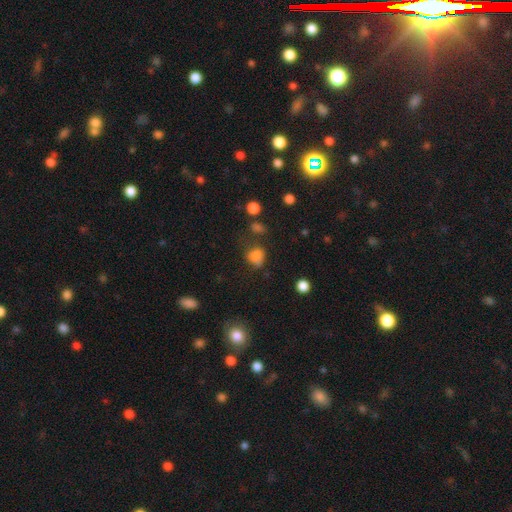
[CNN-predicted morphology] Smooth or featured? smooth (76%)
How rounded? round (56%)
Merging? none (48%)